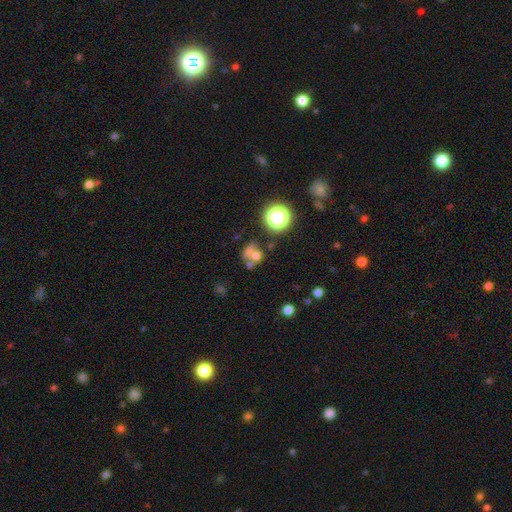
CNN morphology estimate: Smooth or featured? smooth (58%)
How rounded? round (70%)
Merging? merger (44%)